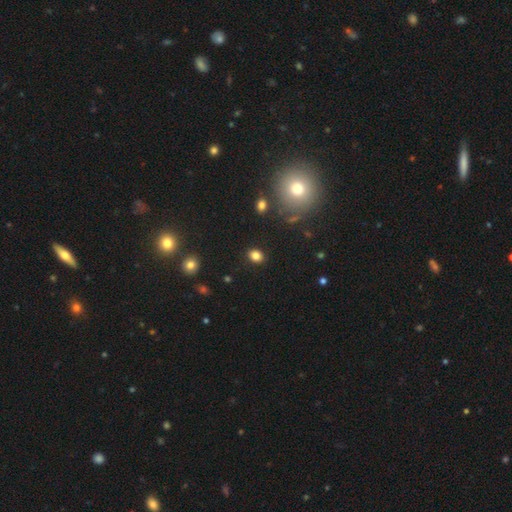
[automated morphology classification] Q: Smooth or featured?
A: smooth (82%); runner-up: star or artifact (12%)
Q: How rounded?
A: in between (56%); runner-up: round (42%)
Q: Merging?
A: none (87%); runner-up: minor disturbance (9%)